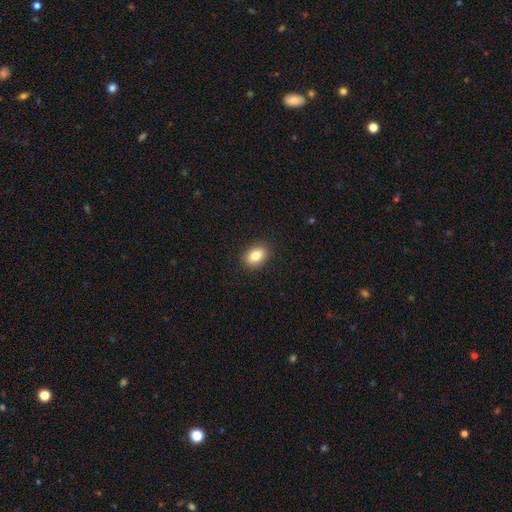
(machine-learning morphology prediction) This appears to be a smooth galaxy with no disk features (83%) that is in between round and cigar-shaped (77%). Merging: none (90%).